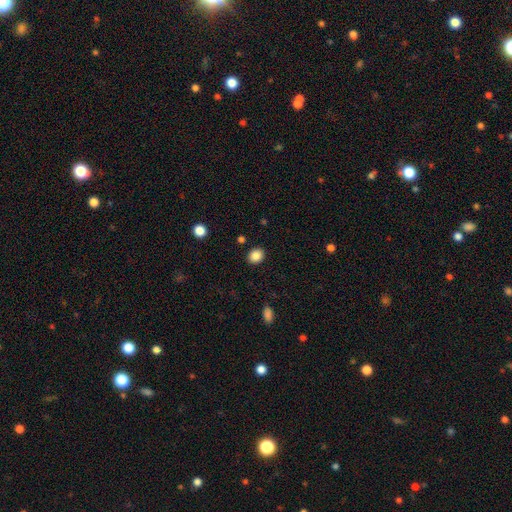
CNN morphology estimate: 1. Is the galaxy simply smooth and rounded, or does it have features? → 87% smooth, 9% star or artifact, 4% featured or disk.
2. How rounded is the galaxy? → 62% round, 37% in between, 1% cigar-shaped.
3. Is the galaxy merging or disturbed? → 89% none, 7% minor disturbance, 2% major disturbance, 2% merger.